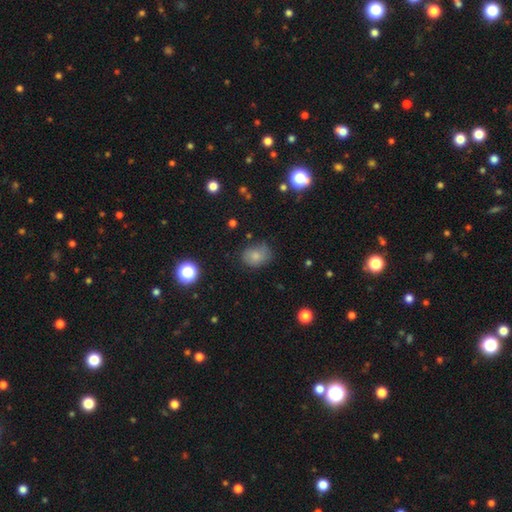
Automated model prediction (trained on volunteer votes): Morphology: type=smooth (77%); roundness=in between (57%); merging=none (62%).